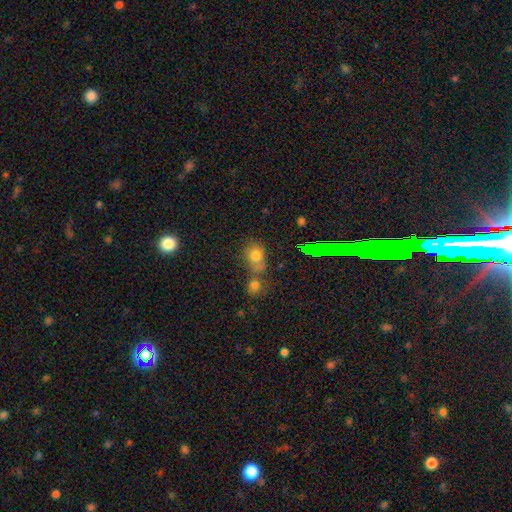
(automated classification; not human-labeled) smooth_or_featured: smooth (p=0.72) [alt: star or artifact p=0.18]
how_rounded: round (p=0.53) [alt: in between p=0.45]
merging: none (p=0.47) [alt: merger p=0.32]